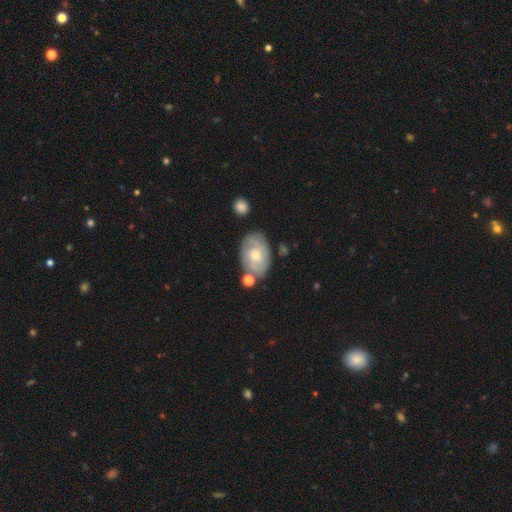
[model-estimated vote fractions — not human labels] Smooth or featured? Predicted: featured or disk (p=0.60). Edge-on disk? Predicted: no (p=0.95). Bar? Predicted: no (p=0.72). Spiral arms? Predicted: yes (p=0.81). Bulge size? Predicted: small (p=0.52). Merging? Predicted: none (p=0.67).